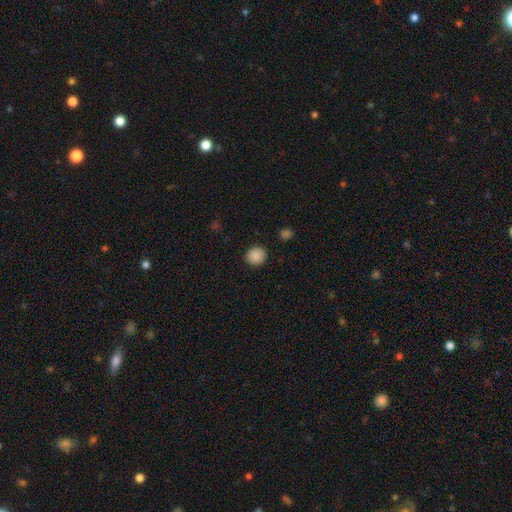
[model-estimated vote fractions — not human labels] Smooth or featured? Predicted: smooth (p=0.88). How rounded? Predicted: round (p=0.88). Merging? Predicted: none (p=0.91).